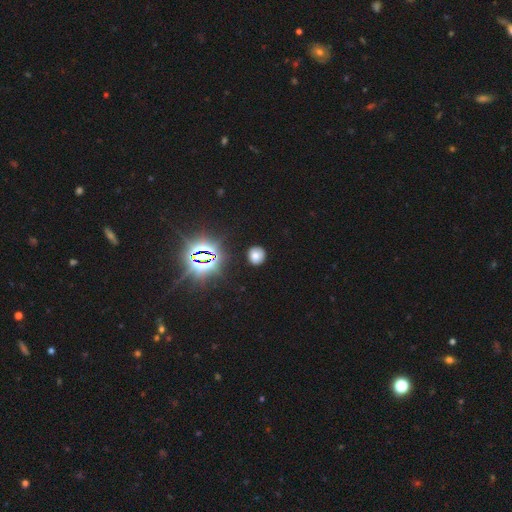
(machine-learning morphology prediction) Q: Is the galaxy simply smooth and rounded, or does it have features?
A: smooth — 66%.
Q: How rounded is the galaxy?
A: round — 85%.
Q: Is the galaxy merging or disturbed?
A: none — 86%.